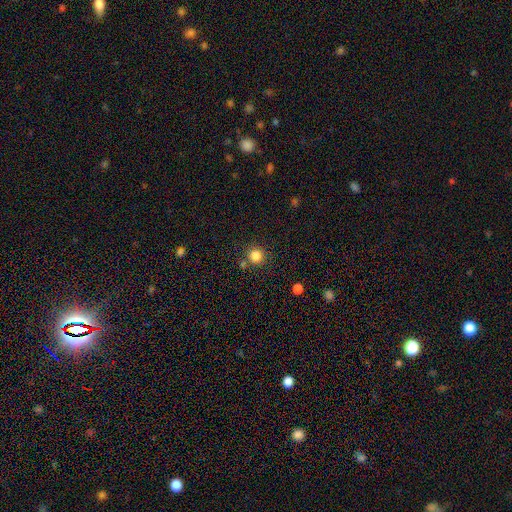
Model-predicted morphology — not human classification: smooth_or_featured: smooth (p=0.84) [alt: star or artifact p=0.12]
how_rounded: round (p=0.93) [alt: in between p=0.06]
merging: none (p=0.82) [alt: minor disturbance p=0.08]